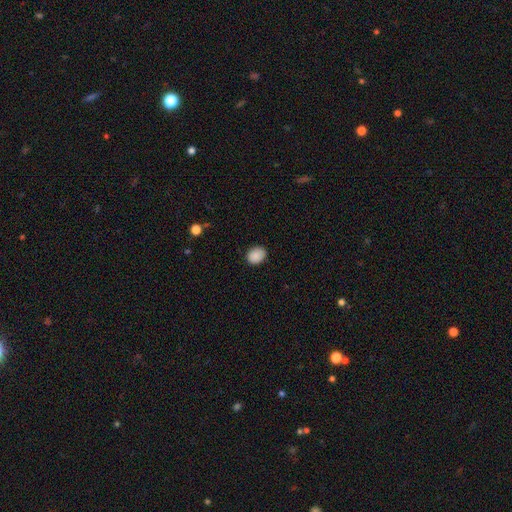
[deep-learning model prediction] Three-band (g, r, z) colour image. It shows a smooth galaxy with no disk features (88%) that is in between round and cigar-shaped (51%). Merging: none (84%).